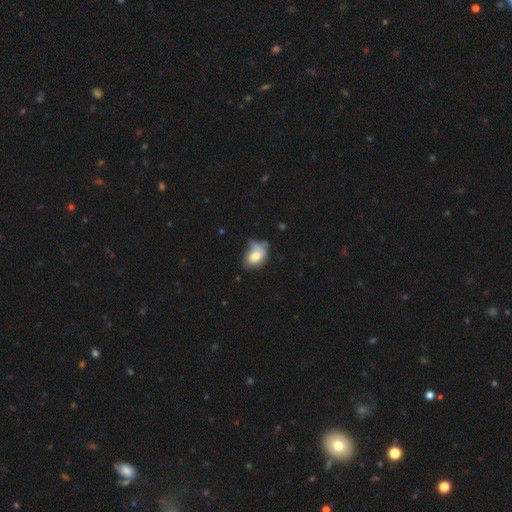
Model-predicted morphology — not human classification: smooth 70%, featured or disk 22%, star or artifact 8%. Down the decision tree: how rounded — in between (79%); merging — minor disturbance (37%).